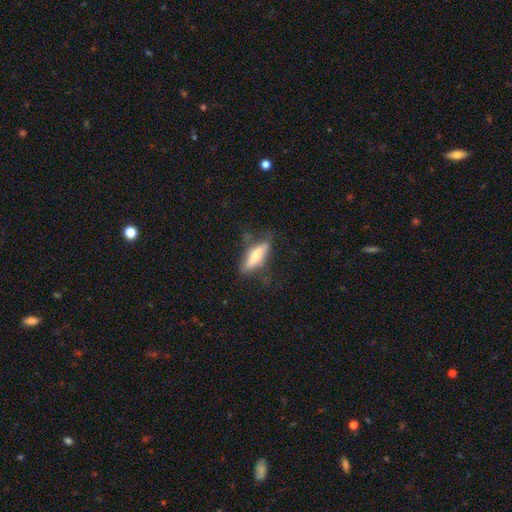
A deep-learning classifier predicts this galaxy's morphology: This appears to be a smooth galaxy with no disk features (64%) that is in between round and cigar-shaped (50%). Merging: none (63%).